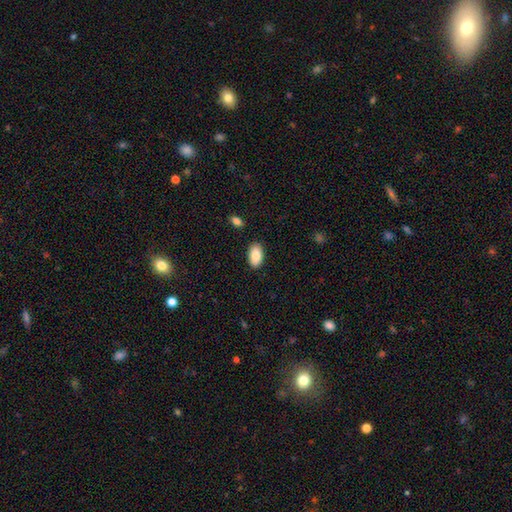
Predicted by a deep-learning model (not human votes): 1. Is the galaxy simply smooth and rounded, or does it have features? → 87% smooth, 6% star or artifact, 6% featured or disk.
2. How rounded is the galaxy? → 95% in between, 3% round, 2% cigar-shaped.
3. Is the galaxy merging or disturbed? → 87% none, 9% minor disturbance, 2% major disturbance, 1% merger.